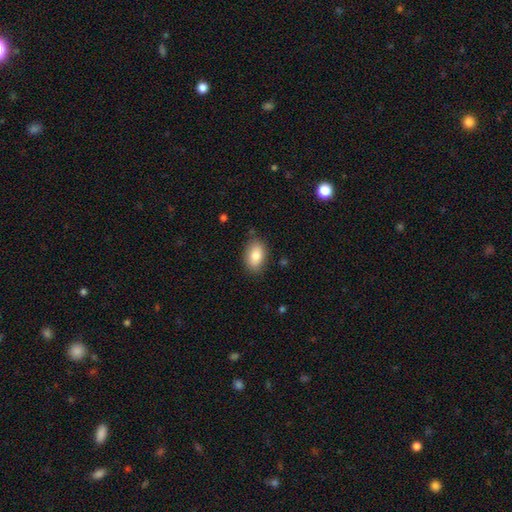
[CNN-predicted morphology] This appears to be a smooth galaxy with no disk features (83%) that is in between round and cigar-shaped (90%). Merging: none (82%).